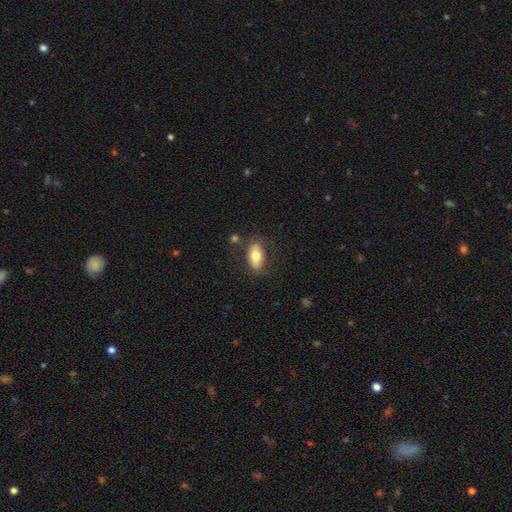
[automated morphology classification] Smooth or featured: smooth — 72% (featured or disk — 21%)
How rounded: in between — 90% (round — 6%)
Merging: none — 78% (minor disturbance — 13%)